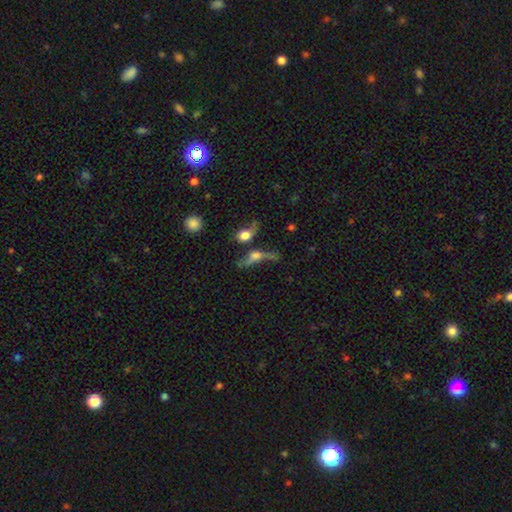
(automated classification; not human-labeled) Smooth or featured? featured or disk (50%)
Edge-on disk? no (55%)
Merging? none (34%)